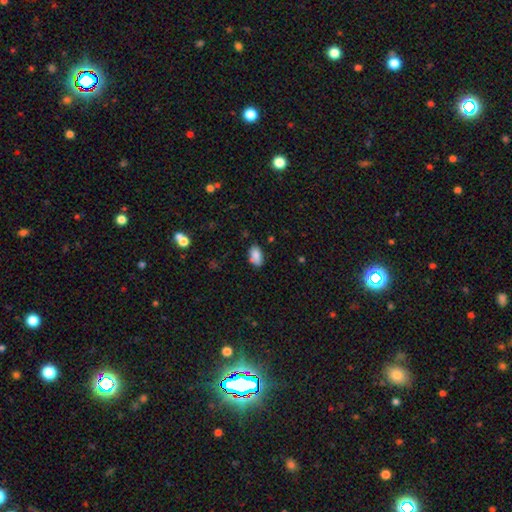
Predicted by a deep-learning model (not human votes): Smooth or featured: smooth — 86% (star or artifact — 8%)
How rounded: in between — 92% (round — 6%)
Merging: none — 76% (minor disturbance — 18%)